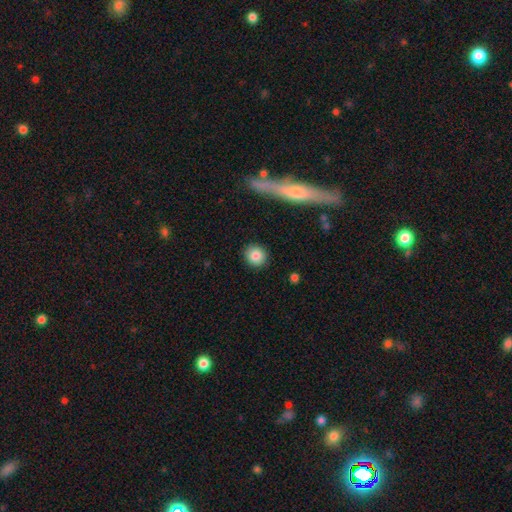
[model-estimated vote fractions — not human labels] This is clearly a smooth galaxy (84%). How rounded: clearly round (87%). Merging: clearly none (90%).